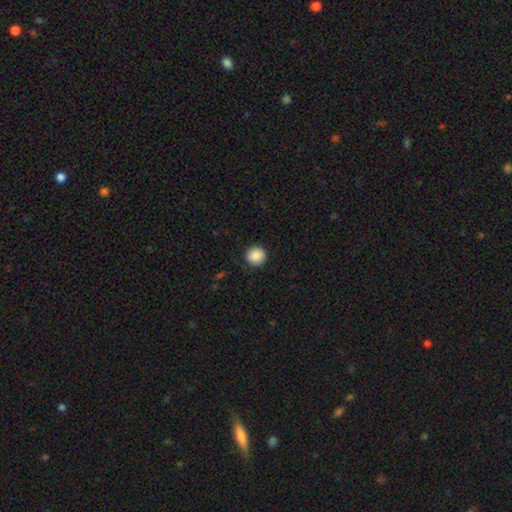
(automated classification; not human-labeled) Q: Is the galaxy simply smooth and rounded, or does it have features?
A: smooth — 88%.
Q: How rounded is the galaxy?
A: round — 93%.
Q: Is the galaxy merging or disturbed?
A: none — 89%.